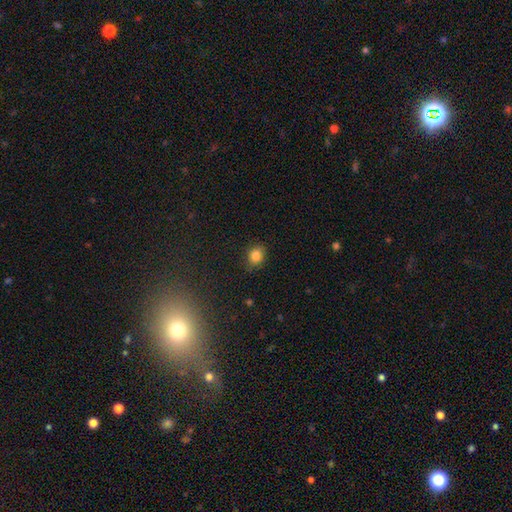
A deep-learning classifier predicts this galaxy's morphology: smooth 83%, star or artifact 11%, featured or disk 6%. Down the decision tree: how rounded — round (65%); merging — none (83%).